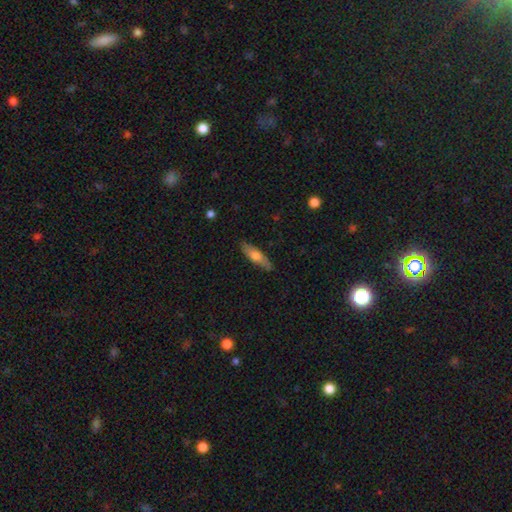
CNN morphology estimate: Smooth or featured? smooth (60%)
How rounded? cigar-shaped (60%)
Merging? none (86%)